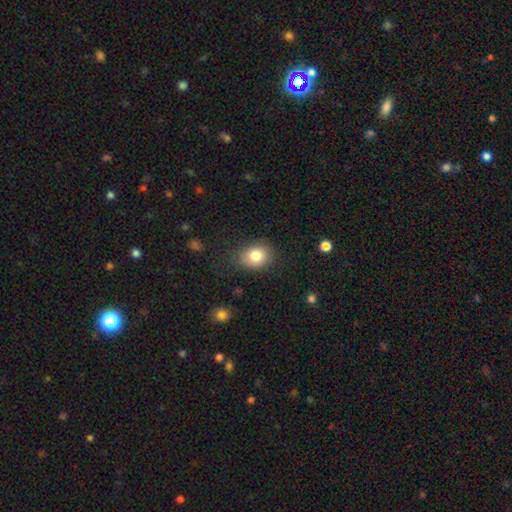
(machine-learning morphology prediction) Q: Smooth or featured?
A: smooth (81%); runner-up: star or artifact (9%)
Q: How rounded?
A: in between (51%); runner-up: round (48%)
Q: Merging?
A: none (75%); runner-up: minor disturbance (18%)